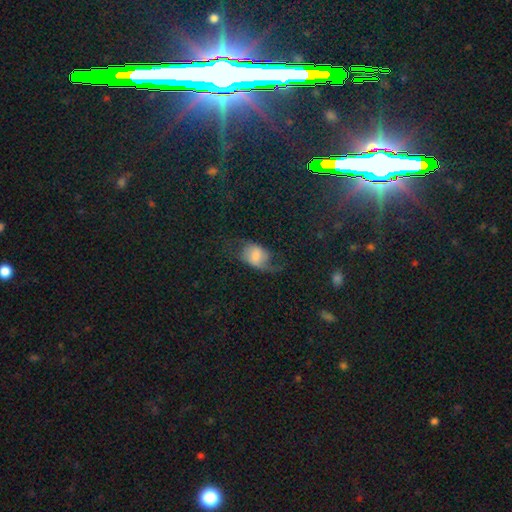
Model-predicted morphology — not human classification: Smooth or featured: smooth — 48% (featured or disk — 41%)
Merging: none — 41% (major disturbance — 32%)